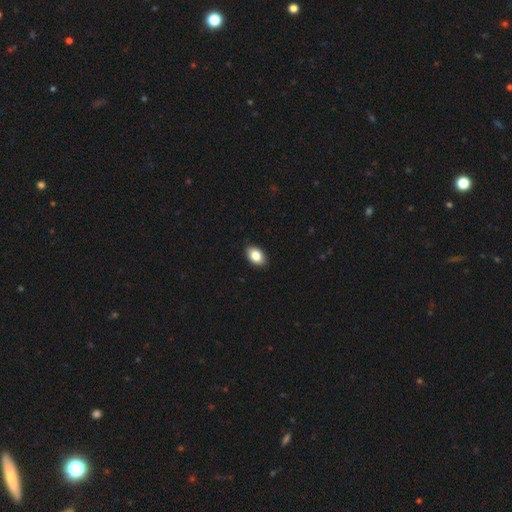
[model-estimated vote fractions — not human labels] A smooth galaxy with no disk features (85%) that is in between round and cigar-shaped (87%).

Vote fractions:
- Smooth or featured? smooth: 85% / featured or disk: 8% / star or artifact: 8%
- How rounded? in between: 87% / round: 12% / cigar-shaped: 1%
- Merging? none: 89% / minor disturbance: 8% / major disturbance: 2% / merger: 1%